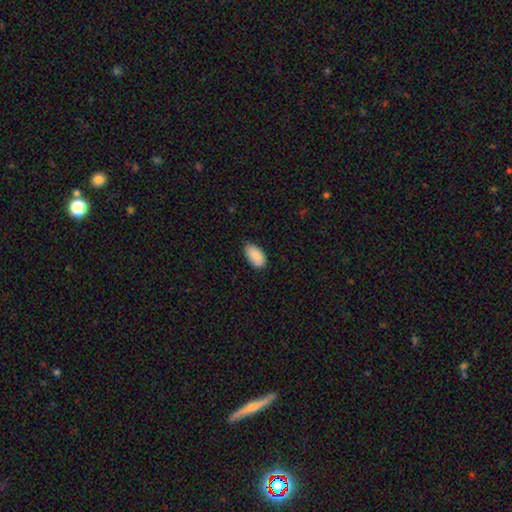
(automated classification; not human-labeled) Smooth or featured? smooth (89%)
How rounded? in between (95%)
Merging? none (70%)